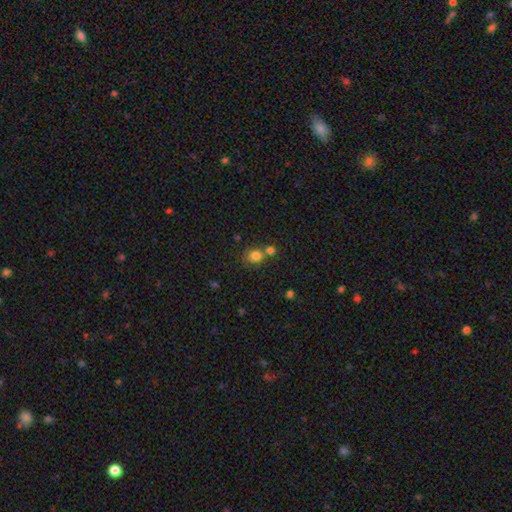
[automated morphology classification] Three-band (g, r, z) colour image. It shows a smooth galaxy with no disk features (81%) that is round (75%). Merging: none (52%).